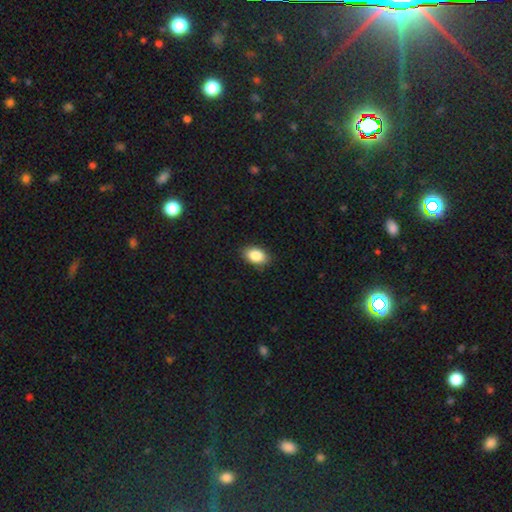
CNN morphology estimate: smooth-or-featured: smooth: 87% | star or artifact: 8% | featured or disk: 6%
  how-rounded: in between: 88% | round: 11% | cigar-shaped: 1%
  merging: none: 87% | minor disturbance: 10% | major disturbance: 2% | merger: 1%